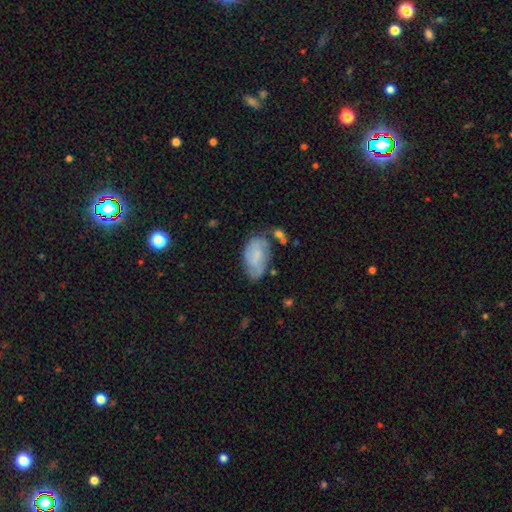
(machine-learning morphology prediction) A smooth galaxy with no disk features (57%) that is in between round and cigar-shaped (92%).

Vote fractions:
- Smooth or featured? smooth: 57% / featured or disk: 35% / star or artifact: 8%
- How rounded? in between: 92% / round: 6% / cigar-shaped: 2%
- Merging? none: 52% / minor disturbance: 30% / major disturbance: 10% / merger: 8%